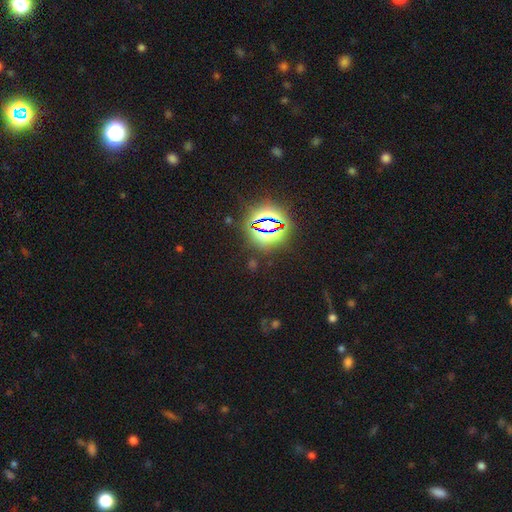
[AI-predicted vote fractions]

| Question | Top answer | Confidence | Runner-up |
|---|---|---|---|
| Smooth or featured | star or artifact | 84% | smooth (10%) |